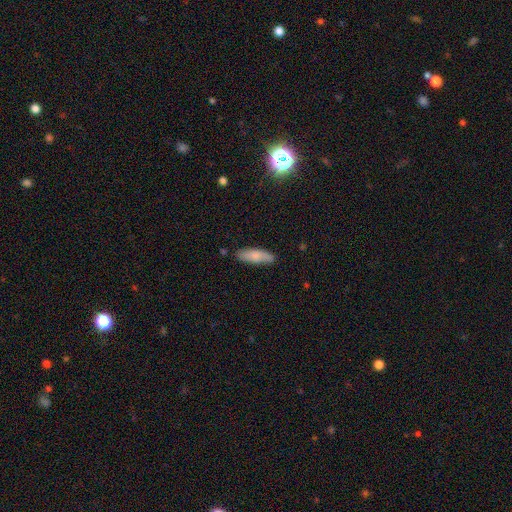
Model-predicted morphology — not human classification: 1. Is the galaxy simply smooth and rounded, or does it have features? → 79% smooth, 15% featured or disk, 6% star or artifact.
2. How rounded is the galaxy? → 55% in between, 43% cigar-shaped, 2% round.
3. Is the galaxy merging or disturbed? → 80% none, 15% minor disturbance, 3% major disturbance, 2% merger.